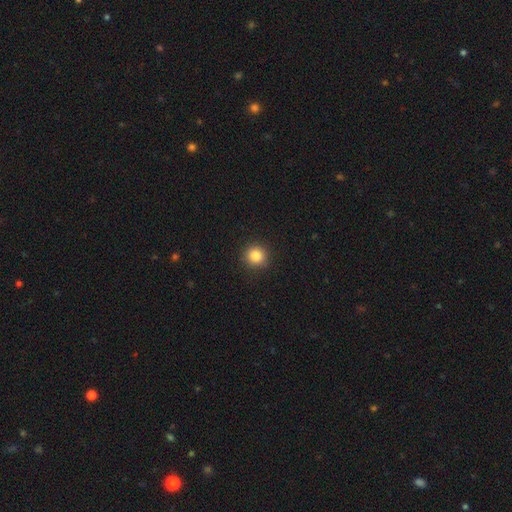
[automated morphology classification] Smooth or featured? Predicted: smooth (p=0.85). How rounded? Predicted: round (p=0.91). Merging? Predicted: none (p=0.91).